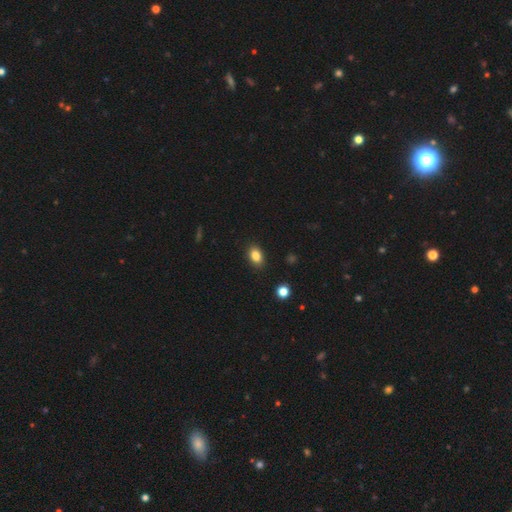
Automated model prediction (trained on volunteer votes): A smooth galaxy with no disk features (85%) that is in between round and cigar-shaped (83%).

Vote fractions:
- Smooth or featured? smooth: 85% / star or artifact: 10% / featured or disk: 5%
- How rounded? in between: 83% / round: 16% / cigar-shaped: 2%
- Merging? none: 88% / minor disturbance: 9% / major disturbance: 2% / merger: 1%